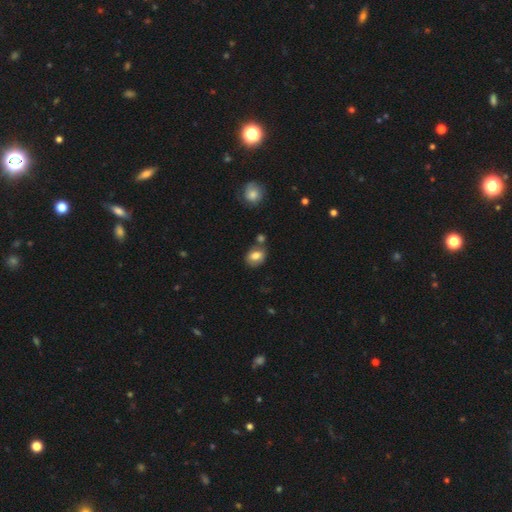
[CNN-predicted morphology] This appears to be a smooth galaxy with no disk features (78%) that is in between round and cigar-shaped (63%). Merging: none (65%).